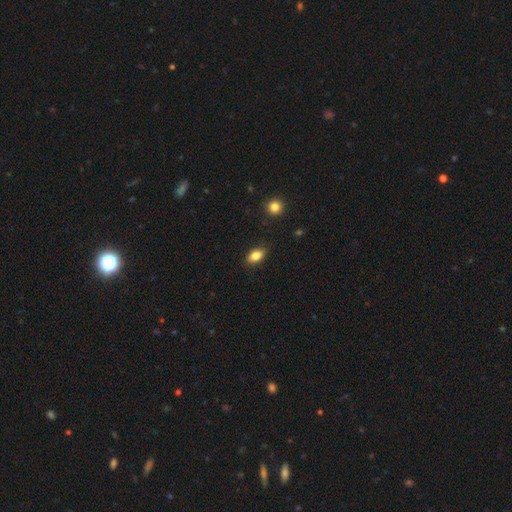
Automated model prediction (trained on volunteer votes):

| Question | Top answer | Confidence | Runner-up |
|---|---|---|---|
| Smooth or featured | smooth | 82% | featured or disk (9%) |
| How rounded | in between | 87% | round (8%) |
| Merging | none | 86% | minor disturbance (10%) |